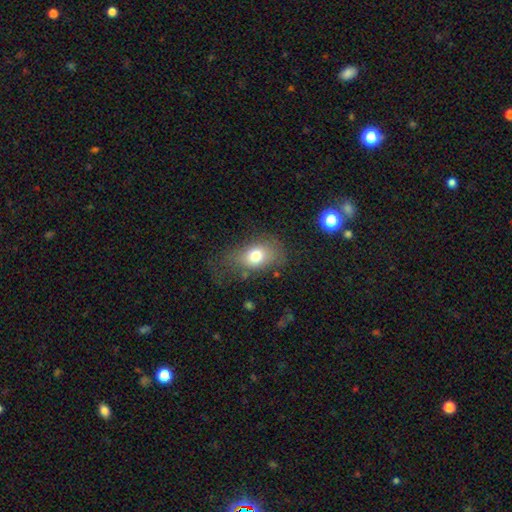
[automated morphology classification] The model was most divided on "merging": none: 51%, minor disturbance: 26%, major disturbance: 21%, merger: 3%. More confident: how rounded — in between (75%); smooth or featured — smooth (73%).